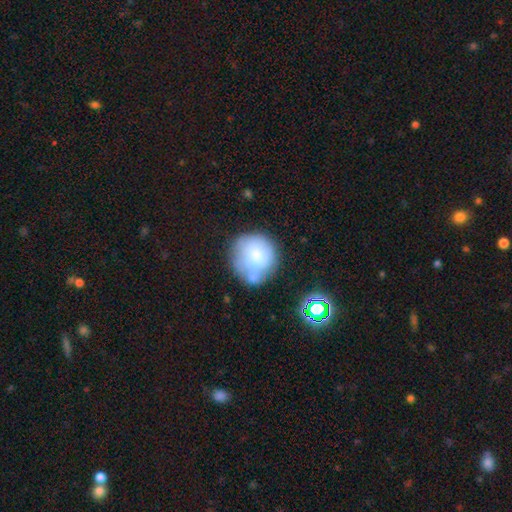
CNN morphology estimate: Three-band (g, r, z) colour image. It shows a smooth galaxy with no disk features (61%) that is round (84%). Merging: none (49%).